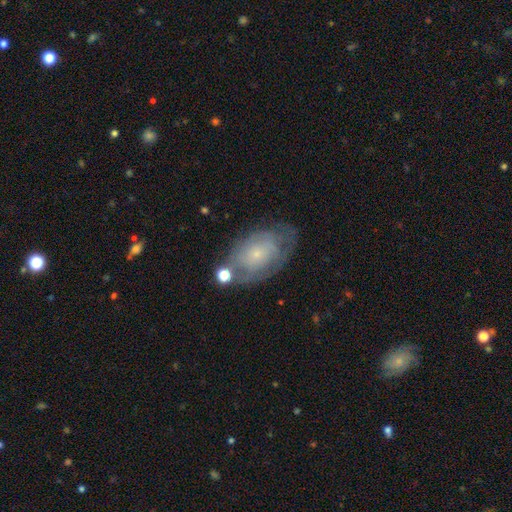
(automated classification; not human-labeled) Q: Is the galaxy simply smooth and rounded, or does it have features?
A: featured or disk — 54%.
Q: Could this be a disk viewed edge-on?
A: no — 93%.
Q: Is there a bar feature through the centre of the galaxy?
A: no — 80%.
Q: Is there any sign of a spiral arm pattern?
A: yes — 70%.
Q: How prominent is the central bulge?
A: small — 67%.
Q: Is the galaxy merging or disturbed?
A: none — 67%.